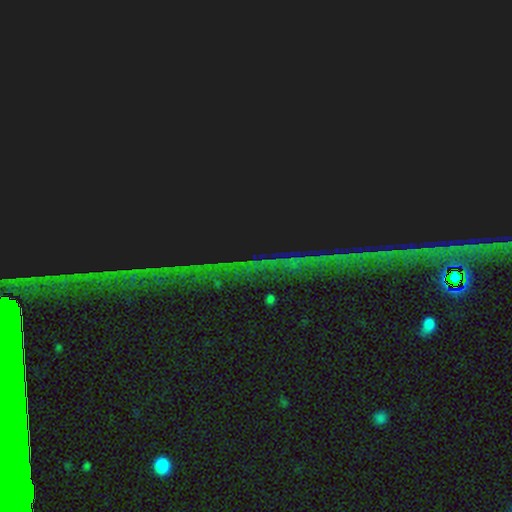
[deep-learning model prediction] This appears to be a star or artifact, not a galaxy (84%).